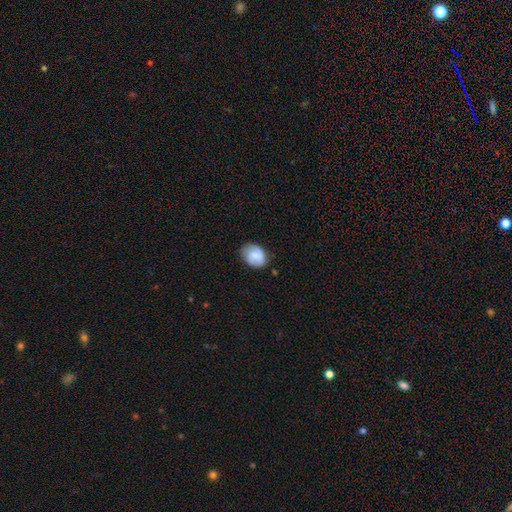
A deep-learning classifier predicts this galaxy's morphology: The model was most divided on "how rounded": in between: 63%, round: 36%, cigar-shaped: 1%. More confident: merging — none (70%); smooth or featured — smooth (69%).